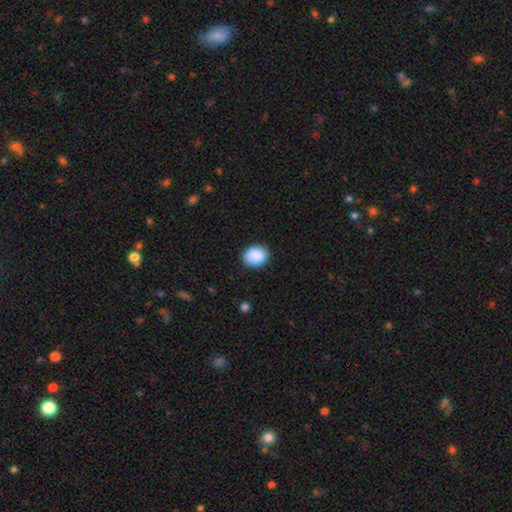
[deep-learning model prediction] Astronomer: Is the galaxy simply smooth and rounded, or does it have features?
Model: smooth — 88%.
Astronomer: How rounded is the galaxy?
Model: round — 56% (runner-up: in between, 43%).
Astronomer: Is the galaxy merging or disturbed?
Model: none — 83%.